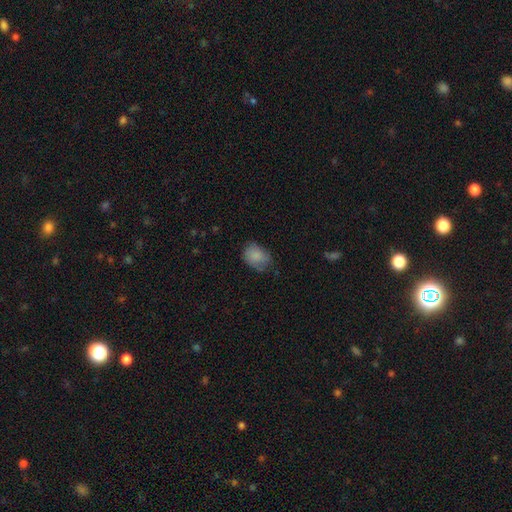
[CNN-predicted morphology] Overall: smooth (84%). How rounded: in between (68%; round 32%). Merging: none (64%; minor disturbance 27%).